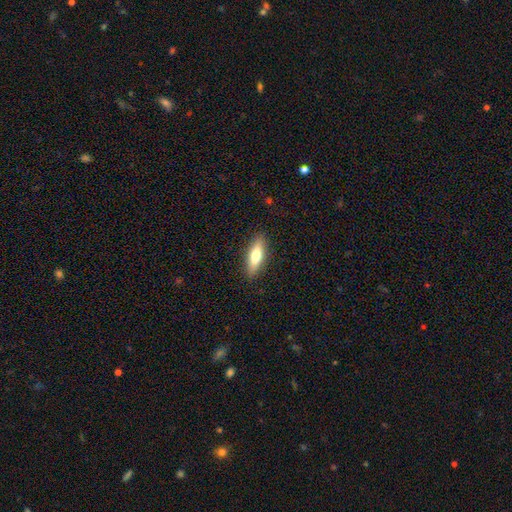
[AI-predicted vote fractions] The model was most divided on "how rounded": in between: 51%, cigar-shaped: 47%, round: 2%. More confident: merging — none (89%); smooth or featured — smooth (70%).